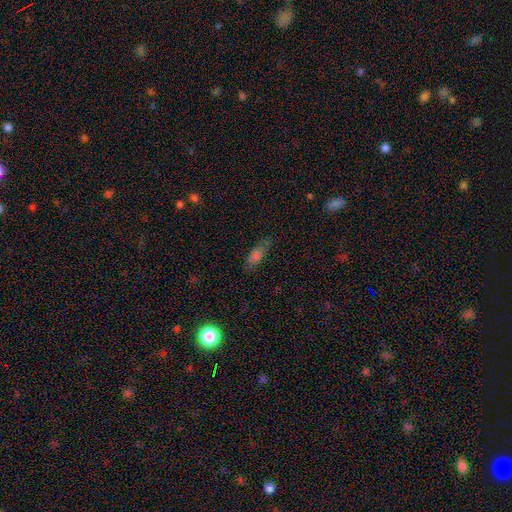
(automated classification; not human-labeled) A smooth galaxy with no disk features (72%) that is in between round and cigar-shaped (66%).

Vote fractions:
- Smooth or featured? smooth: 72% / star or artifact: 15% / featured or disk: 14%
- How rounded? in between: 66% / cigar-shaped: 30% / round: 4%
- Merging? none: 70% / minor disturbance: 21% / major disturbance: 6% / merger: 2%